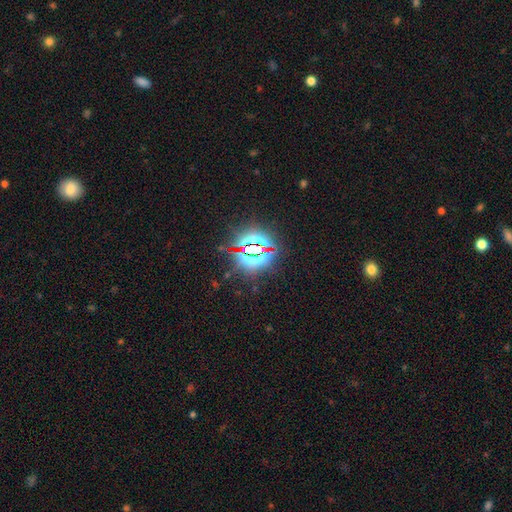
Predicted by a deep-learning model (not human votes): Smooth or featured: star or artifact — 79% (smooth — 13%)